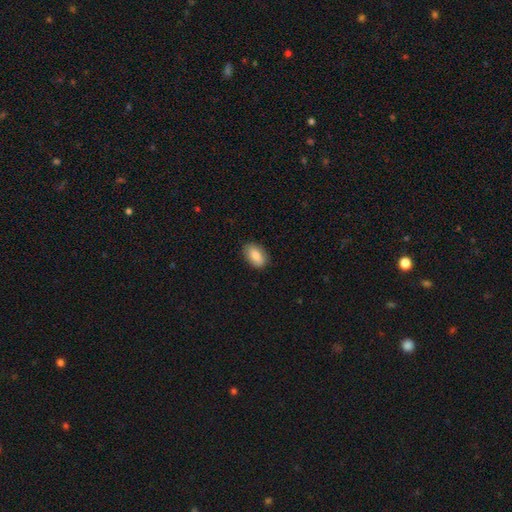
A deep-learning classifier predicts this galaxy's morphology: The model was most divided on "smooth or featured": smooth: 81%, featured or disk: 12%, star or artifact: 7%. More confident: how rounded — in between (91%); merging — none (87%).